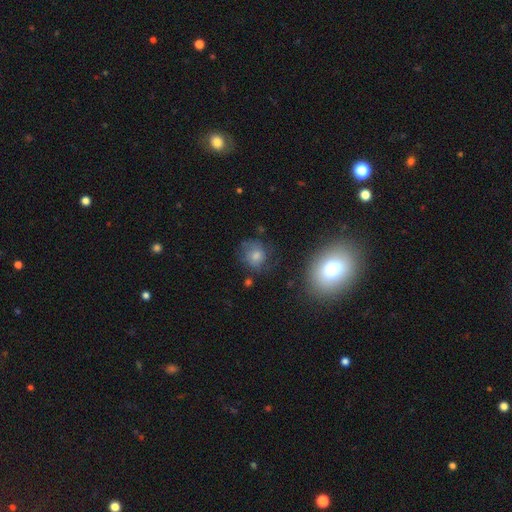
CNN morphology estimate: This is likely a smooth galaxy (60%). How rounded: likely round (73%). Merging: possibly none (57%).